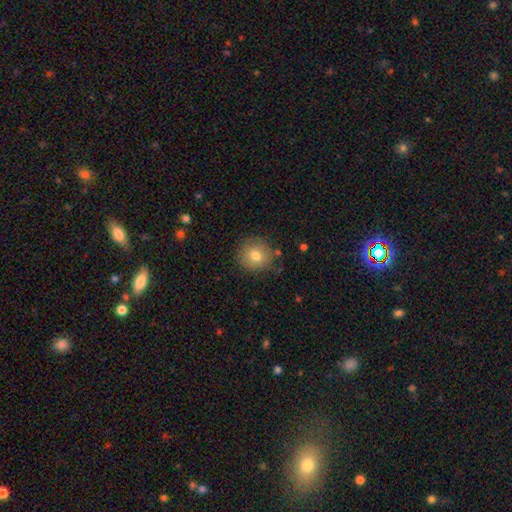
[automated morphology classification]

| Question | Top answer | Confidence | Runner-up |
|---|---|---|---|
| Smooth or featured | smooth | 76% | featured or disk (14%) |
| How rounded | round | 86% | in between (13%) |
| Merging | none | 83% | minor disturbance (12%) |